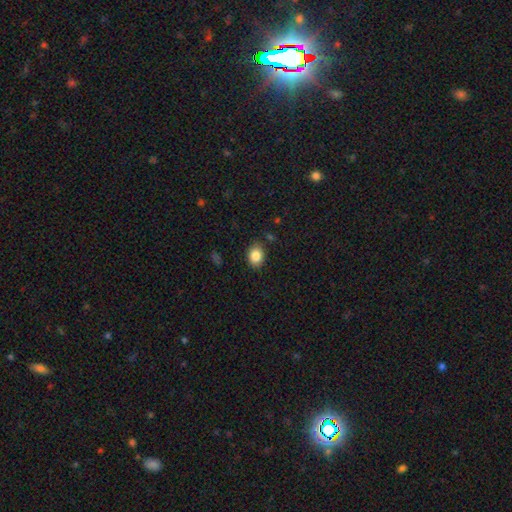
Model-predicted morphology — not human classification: type=smooth (85%); roundness=in between (64%); merging=none (84%).